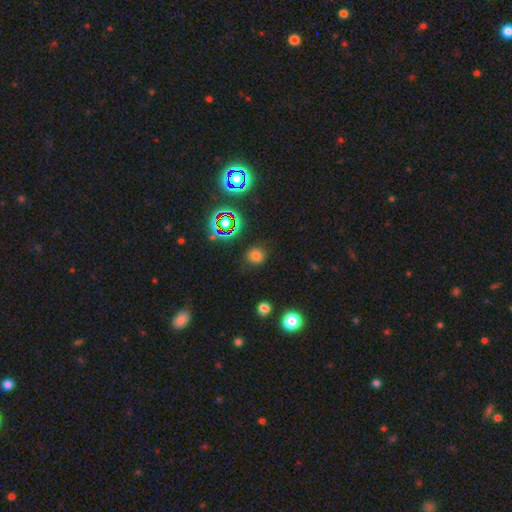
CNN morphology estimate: type=smooth (71%); roundness=round (88%); merging=none (86%).